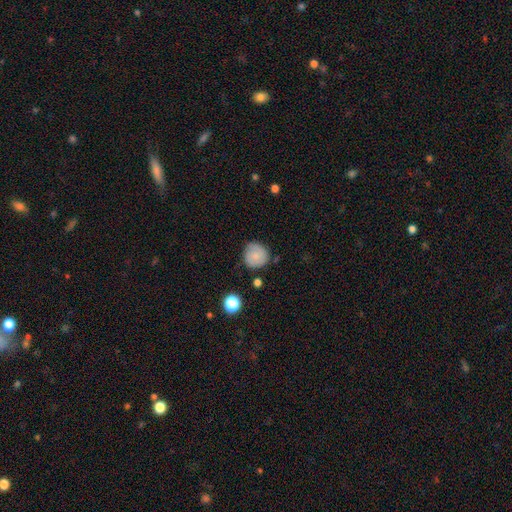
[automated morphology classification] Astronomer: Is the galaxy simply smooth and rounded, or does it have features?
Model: smooth — 78%.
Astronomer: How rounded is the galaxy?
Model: round — 91%.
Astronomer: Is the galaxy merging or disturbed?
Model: none — 75%.